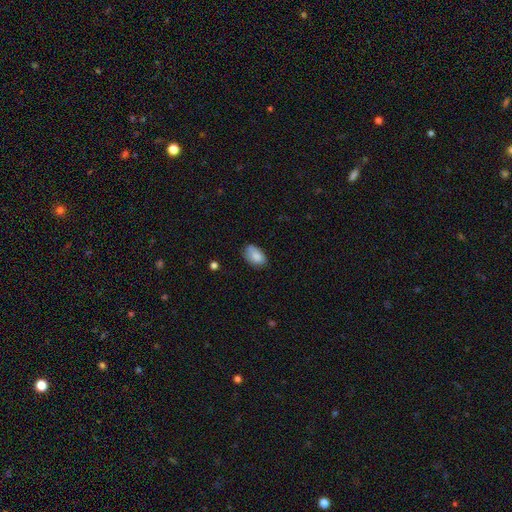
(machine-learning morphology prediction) This appears to be a smooth galaxy with no disk features (84%) that is in between round and cigar-shaped (90%). Merging: none (67%).